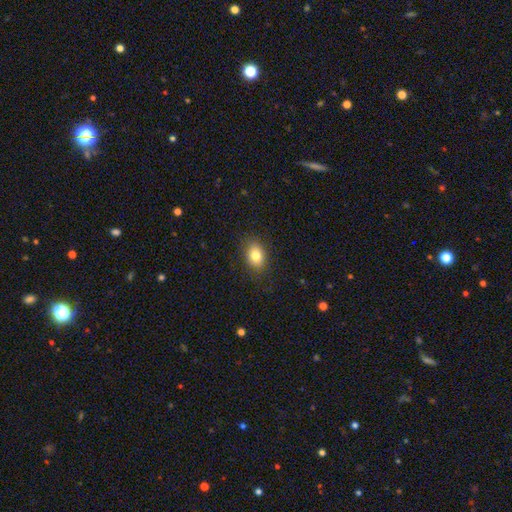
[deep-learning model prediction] Overall: smooth (81%). How rounded: in between (71%). Merging: none (85%).